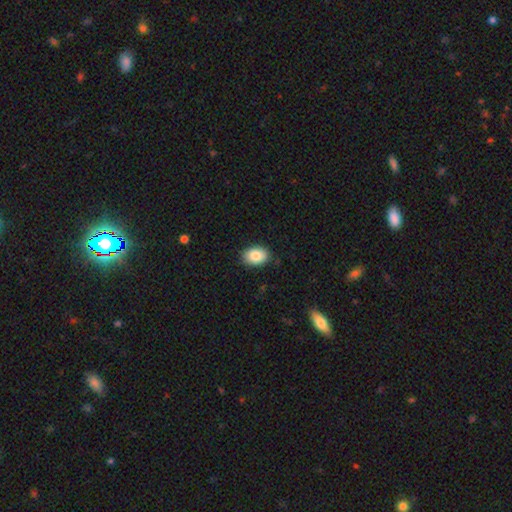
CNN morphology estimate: smooth-or-featured: smooth: 86% | star or artifact: 7% | featured or disk: 7%
  how-rounded: in between: 82% | round: 17% | cigar-shaped: 1%
  merging: none: 87% | minor disturbance: 10% | major disturbance: 2% | merger: 1%